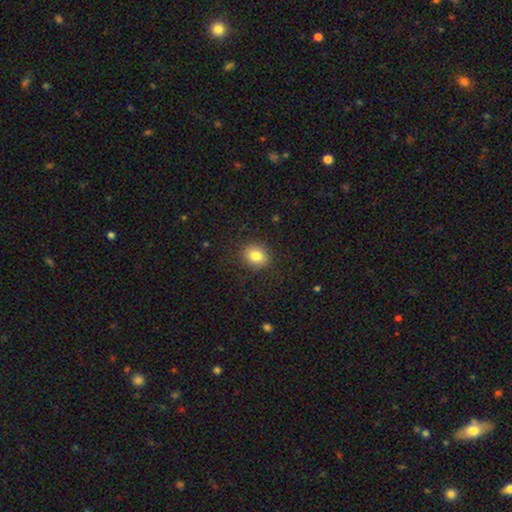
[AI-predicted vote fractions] A smooth galaxy with no disk features (82%) that is round (62%). Merging: none (88%).